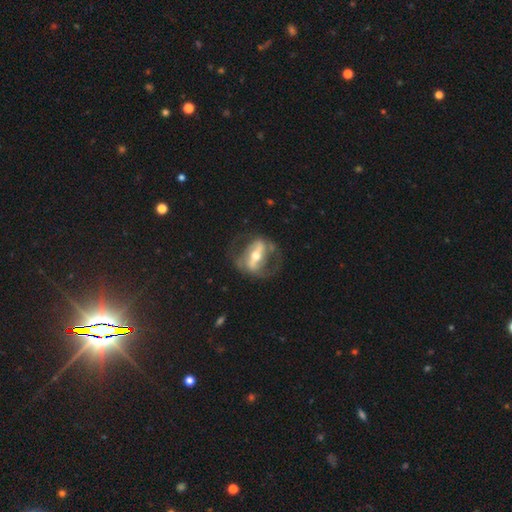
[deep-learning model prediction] Smooth or featured?
  - featured or disk: 80% *
  - smooth: 14%
  - star or artifact: 5%
Edge-on disk?
  - no: 87% *
  - yes: 13%
Bar?
  - strong: 68% *
  - weak: 19%
  - no: 13%
Spiral arms?
  - yes: 70% *
  - no: 30%
Bulge size?
  - moderate: 67% *
  - small: 23%
  - large: 8%
  - dominant: 1%
  - none: 1%
Merging?
  - none: 58% *
  - major disturbance: 22%
  - minor disturbance: 17%
  - merger: 2%